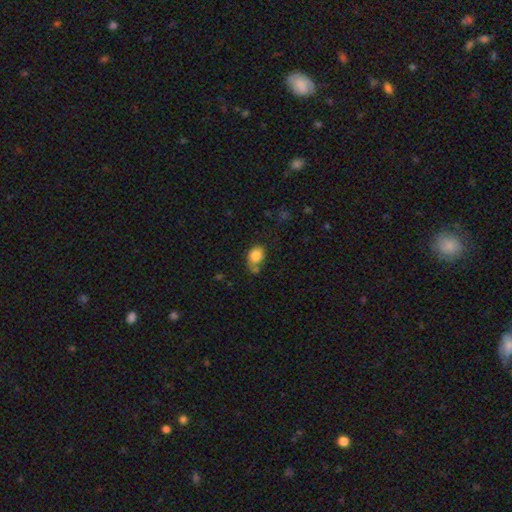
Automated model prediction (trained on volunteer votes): A smooth galaxy with no disk features (83%) that is in between round and cigar-shaped (59%). Merging: none (47%).